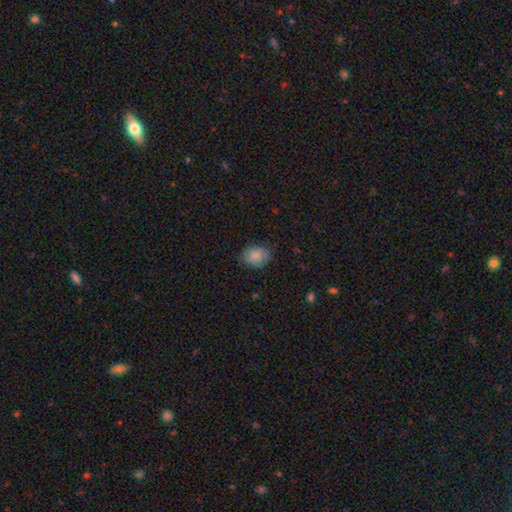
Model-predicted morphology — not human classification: Smooth or featured: smooth — 86% (star or artifact — 8%)
How rounded: in between — 70% (round — 29%)
Merging: none — 83% (minor disturbance — 14%)